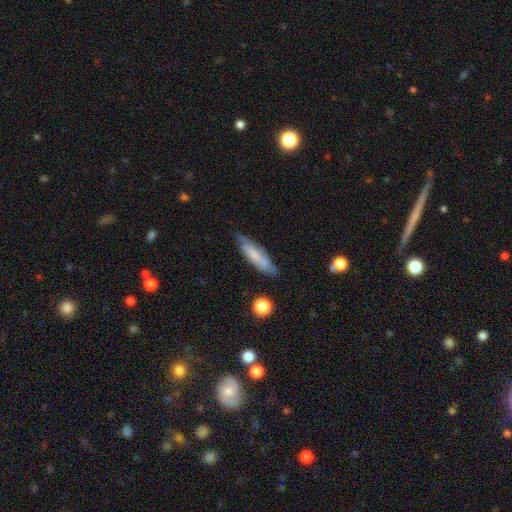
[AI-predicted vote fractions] This appears to be a smooth galaxy with no disk features (56%) that is cigar-shaped (66%). Merging: none (74%).